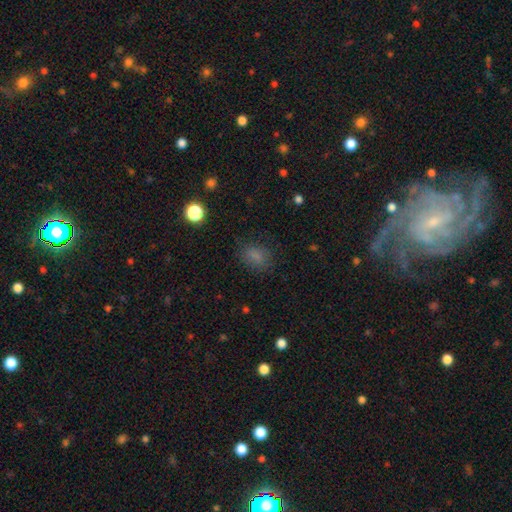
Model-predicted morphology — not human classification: Smooth or featured: smooth — 78% (star or artifact — 15%)
How rounded: in between — 67% (round — 30%)
Merging: none — 79% (minor disturbance — 14%)